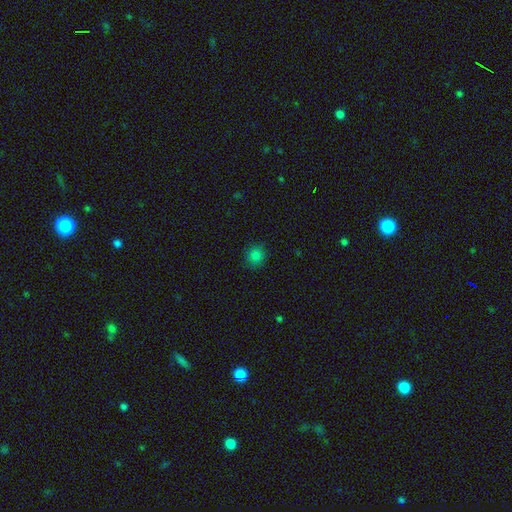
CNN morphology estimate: smooth_or_featured: smooth (p=0.82) [alt: star or artifact p=0.14]
how_rounded: round (p=0.86) [alt: in between p=0.13]
merging: none (p=0.89) [alt: minor disturbance p=0.08]